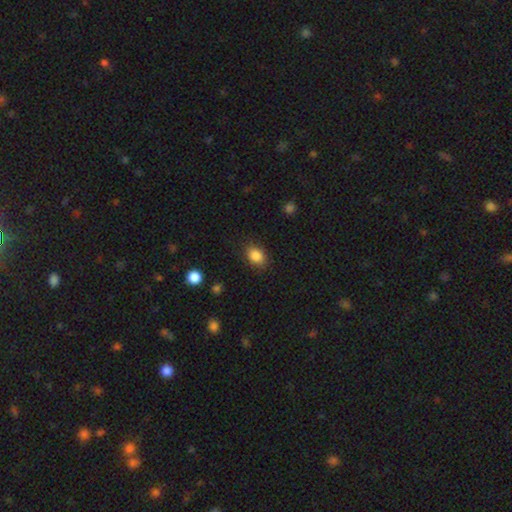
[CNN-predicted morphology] Smooth or featured? Predicted: smooth (p=0.86). How rounded? Predicted: in between (p=0.64). Merging? Predicted: none (p=0.83).